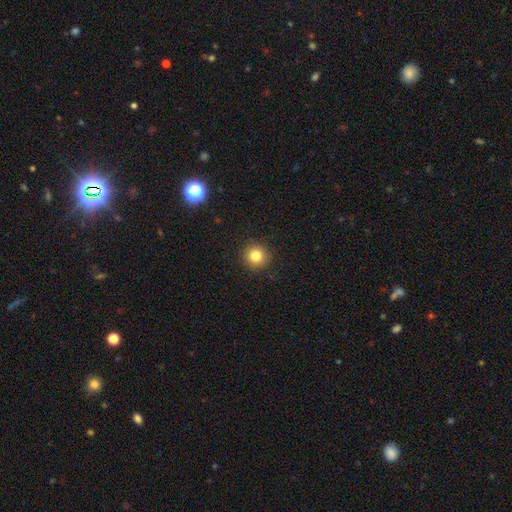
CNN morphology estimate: smooth_or_featured: smooth (p=0.83) [alt: star or artifact p=0.11]
how_rounded: round (p=0.94) [alt: in between p=0.05]
merging: none (p=0.91) [alt: minor disturbance p=0.06]